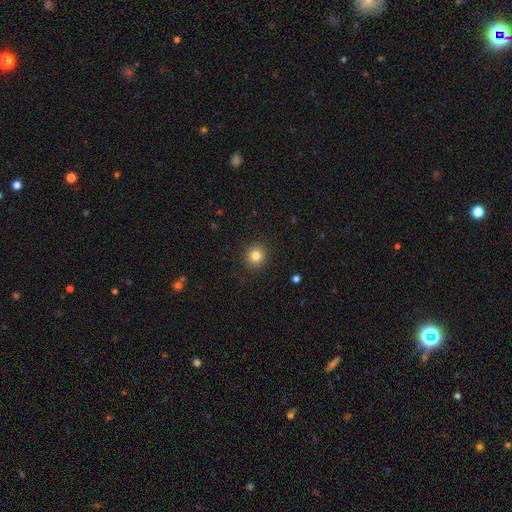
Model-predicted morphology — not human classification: smooth-or-featured: smooth: 81% | star or artifact: 12% | featured or disk: 7%
  how-rounded: round: 89% | in between: 11% | cigar-shaped: 1%
  merging: none: 91% | minor disturbance: 6% | major disturbance: 2% | merger: 1%